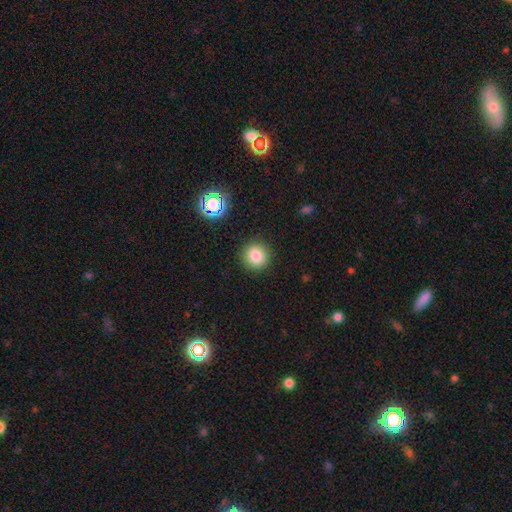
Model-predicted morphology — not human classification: The model was most divided on "smooth or featured": smooth: 83%, star or artifact: 12%, featured or disk: 5%. More confident: how rounded — round (91%); merging — none (90%).